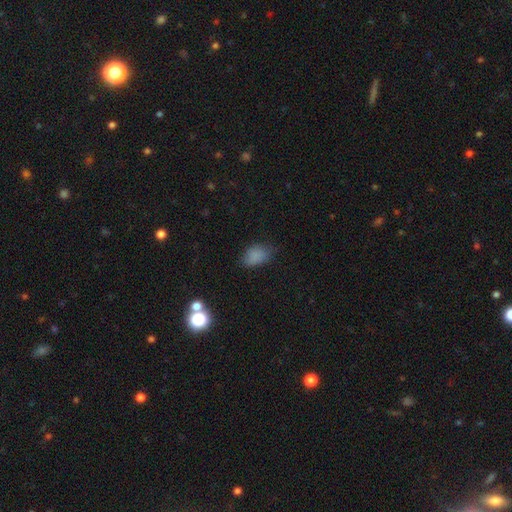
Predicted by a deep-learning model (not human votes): smooth 82%, star or artifact 11%, featured or disk 7%. Down the decision tree: how rounded — in between (88%); merging — none (67%).